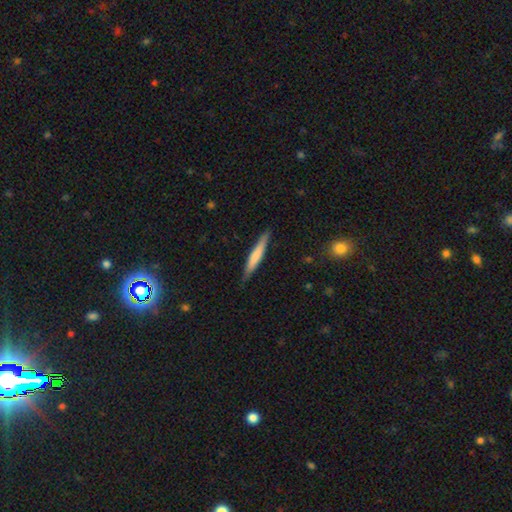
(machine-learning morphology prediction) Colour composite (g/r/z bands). It shows a smooth galaxy with no disk features (65%) that is cigar-shaped (94%). Merging: none (87%).